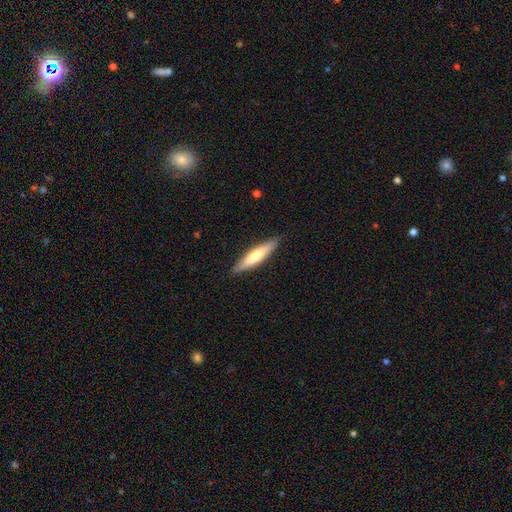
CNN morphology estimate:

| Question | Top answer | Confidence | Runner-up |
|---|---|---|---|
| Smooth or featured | smooth | 62% | featured or disk (33%) |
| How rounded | cigar-shaped | 85% | in between (14%) |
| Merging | none | 88% | minor disturbance (9%) |